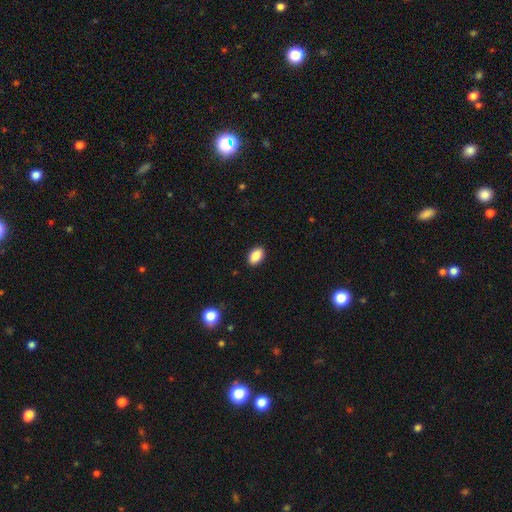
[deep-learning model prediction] This appears to be a smooth galaxy with no disk features (88%) that is in between round and cigar-shaped (91%). Merging: none (90%).